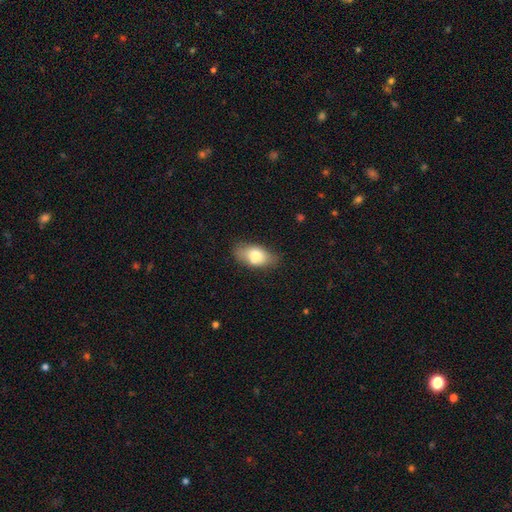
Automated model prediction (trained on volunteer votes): Morphology: type=smooth (75%); roundness=in between (89%); merging=none (69%).